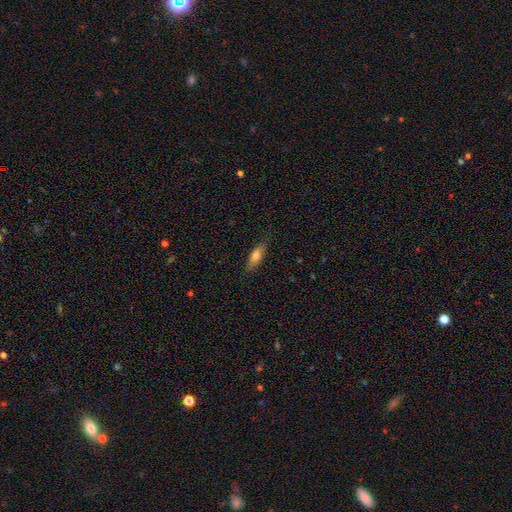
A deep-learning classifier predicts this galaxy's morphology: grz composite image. It shows a smooth galaxy with no disk features (69%) that is in between round and cigar-shaped (58%). Merging: none (83%).